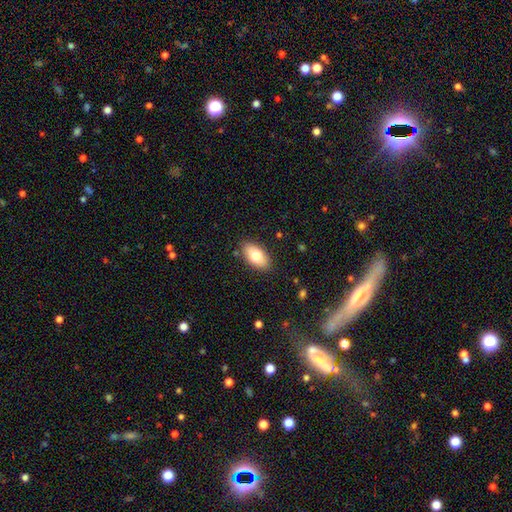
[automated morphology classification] Q: Smooth or featured?
A: smooth (77%); runner-up: featured or disk (16%)
Q: How rounded?
A: in between (93%); runner-up: cigar-shaped (4%)
Q: Merging?
A: none (87%); runner-up: minor disturbance (10%)